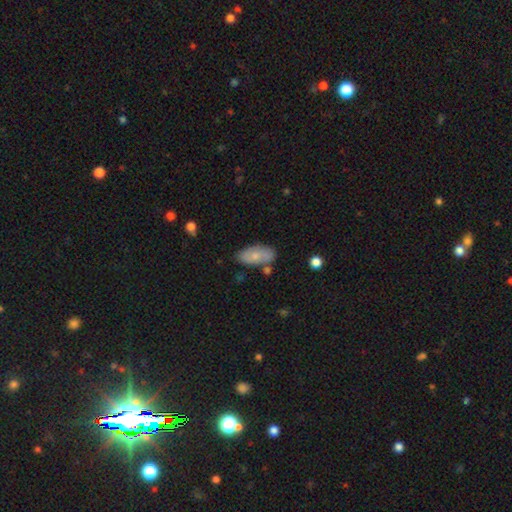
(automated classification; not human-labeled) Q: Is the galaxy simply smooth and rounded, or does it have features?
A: smooth — 70%.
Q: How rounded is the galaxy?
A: in between — 90%.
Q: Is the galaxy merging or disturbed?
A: none — 72%.